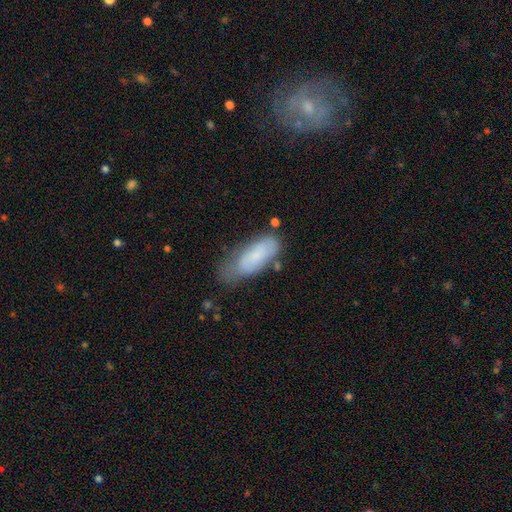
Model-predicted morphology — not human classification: Smooth or featured: smooth — 73% (featured or disk — 19%)
How rounded: in between — 74% (cigar-shaped — 24%)
Merging: none — 42% (minor disturbance — 36%)